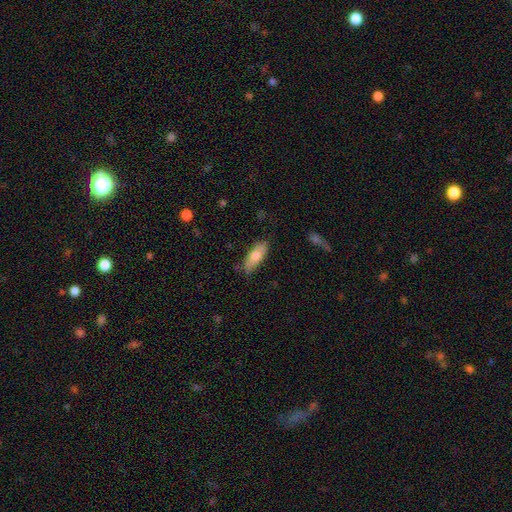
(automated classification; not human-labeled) The model was most divided on "how rounded": in between: 69%, cigar-shaped: 28%, round: 2%. More confident: merging — none (79%); smooth or featured — smooth (73%).